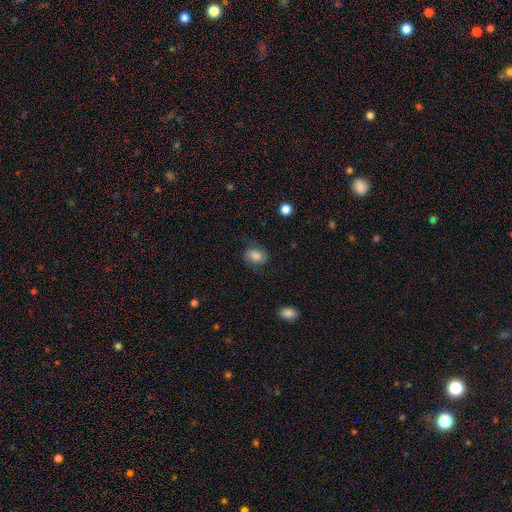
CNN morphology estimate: A smooth galaxy with no disk features (64%) that is in between round and cigar-shaped (56%). Merging: none (68%).